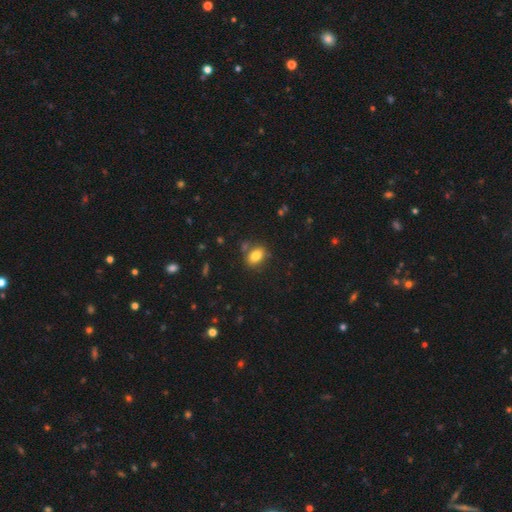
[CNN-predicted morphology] Smooth or featured? Predicted: smooth (p=0.82). How rounded? Predicted: in between (p=0.77). Merging? Predicted: none (p=0.75).